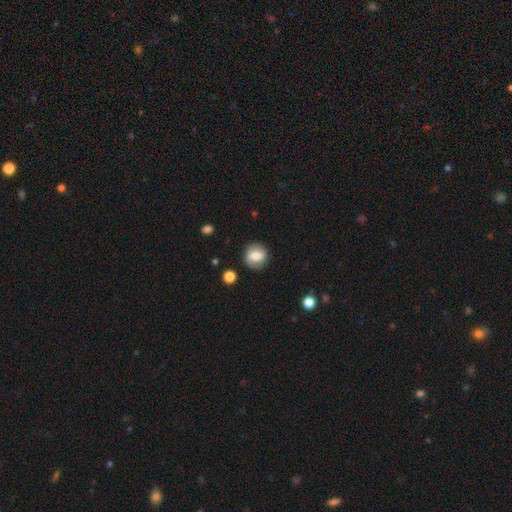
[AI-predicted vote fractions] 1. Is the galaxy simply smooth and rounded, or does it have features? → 66% smooth, 26% featured or disk, 8% star or artifact.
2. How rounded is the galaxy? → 82% round, 17% in between, 1% cigar-shaped.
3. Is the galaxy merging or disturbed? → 83% none, 11% minor disturbance, 4% major disturbance, 2% merger.